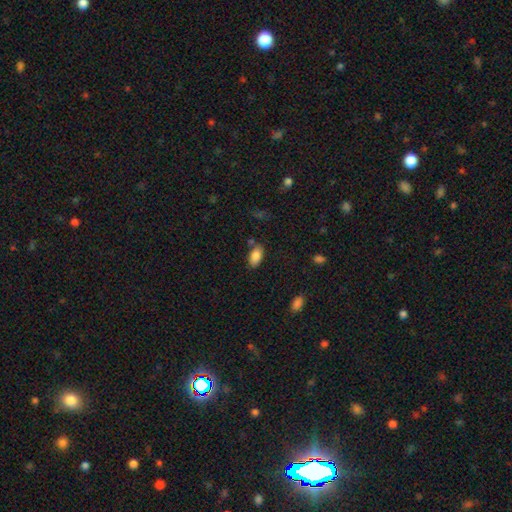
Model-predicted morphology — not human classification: smooth 86%, star or artifact 8%, featured or disk 6%. Down the decision tree: how rounded — in between (93%); merging — none (75%).